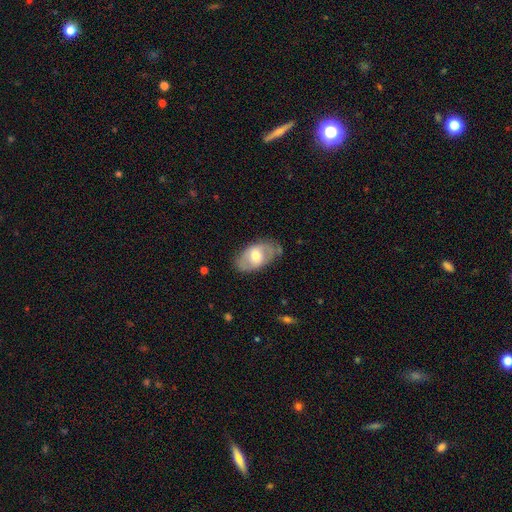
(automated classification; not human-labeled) Smooth or featured? featured or disk (48%)
Merging? none (70%)